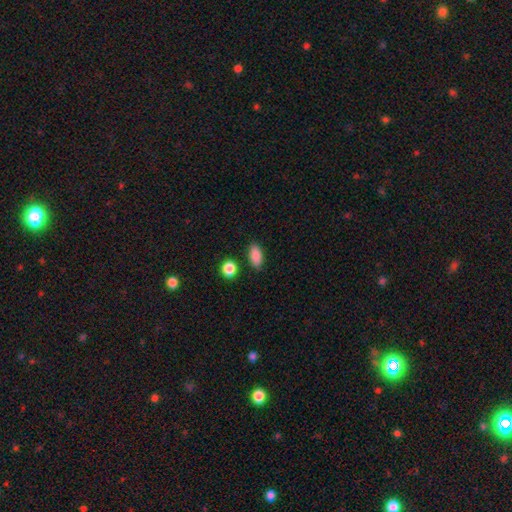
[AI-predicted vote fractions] Smooth or featured? Predicted: smooth (p=0.88). How rounded? Predicted: in between (p=0.85). Merging? Predicted: none (p=0.84).